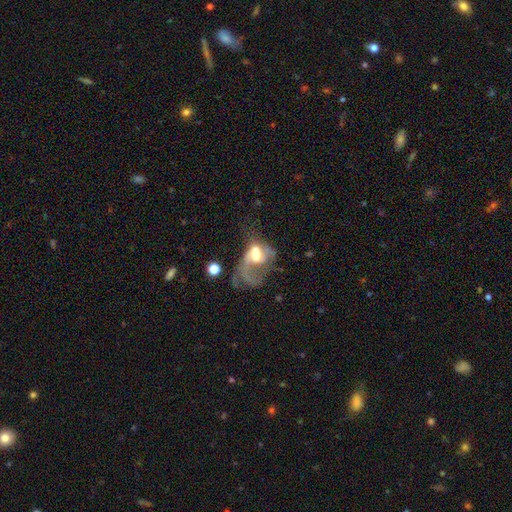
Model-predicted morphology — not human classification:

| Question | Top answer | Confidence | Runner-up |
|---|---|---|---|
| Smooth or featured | featured or disk | 63% | smooth (27%) |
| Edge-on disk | no | 97% | yes (3%) |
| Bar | no | 62% | weak (30%) |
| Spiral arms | yes | 61% | no (39%) |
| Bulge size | moderate | 53% | large (22%) |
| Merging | merger | 40% | major disturbance (39%) |